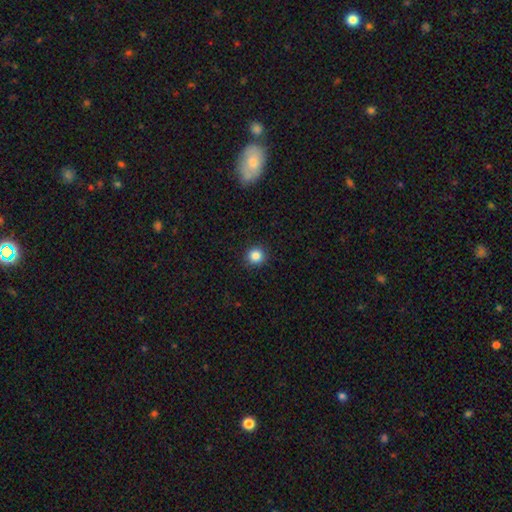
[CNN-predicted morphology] This appears to be a smooth galaxy with no disk features (85%) that is round (94%). Merging: none (92%).